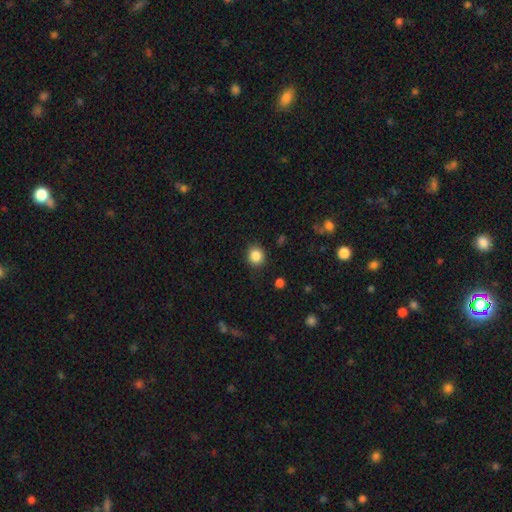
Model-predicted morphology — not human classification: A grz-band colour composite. It shows a smooth galaxy with no disk features (86%) that is round (84%). Merging: none (87%).